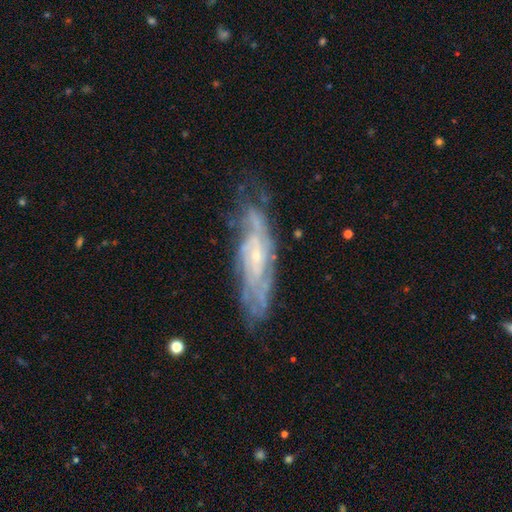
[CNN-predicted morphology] Smooth or featured: featured or disk — 81% (smooth — 12%)
Edge-on disk: no — 78% (yes — 22%)
Bar: no — 64% (weak — 28%)
Spiral arms: yes — 90% (no — 10%)
Spiral winding: tight — 63% (medium — 29%)
Spiral arm count: can't tell — 51% (2 — 17%)
Bulge size: small — 78% (moderate — 17%)
Merging: none — 68% (minor disturbance — 22%)